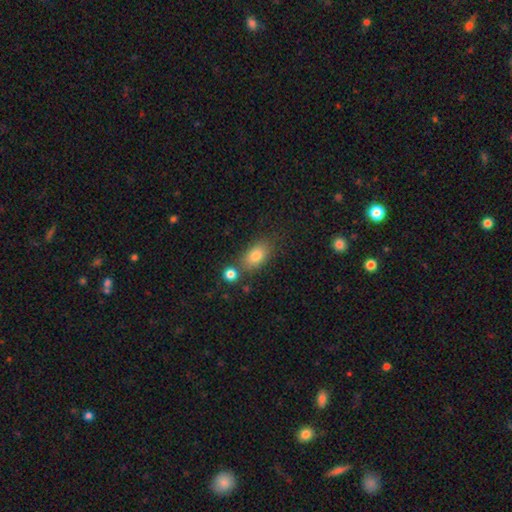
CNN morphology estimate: Smooth or featured? smooth (81%)
How rounded? in between (86%)
Merging? none (68%)